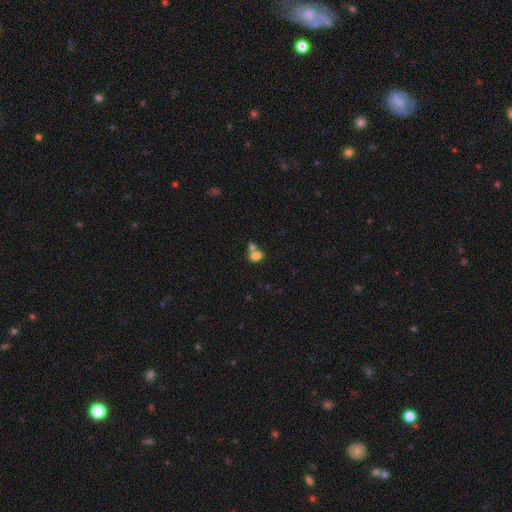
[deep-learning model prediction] Smooth or featured? Predicted: smooth (p=0.79). How rounded? Predicted: in between (p=0.69). Merging? Predicted: merger (p=0.51).